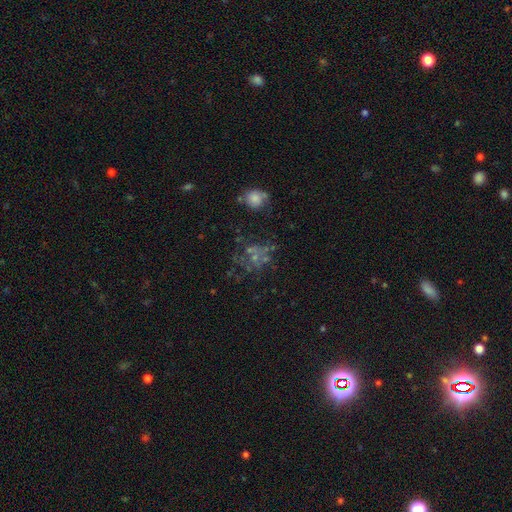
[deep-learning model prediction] Smooth or featured? star or artifact (41%)